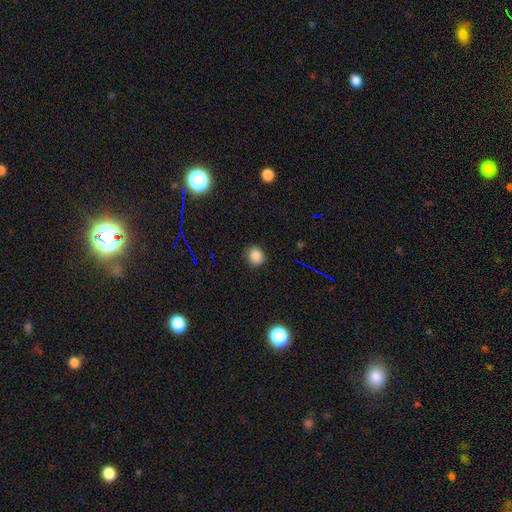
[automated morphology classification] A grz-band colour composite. It shows a smooth galaxy with no disk features (84%) that is round (82%). Merging: none (87%).